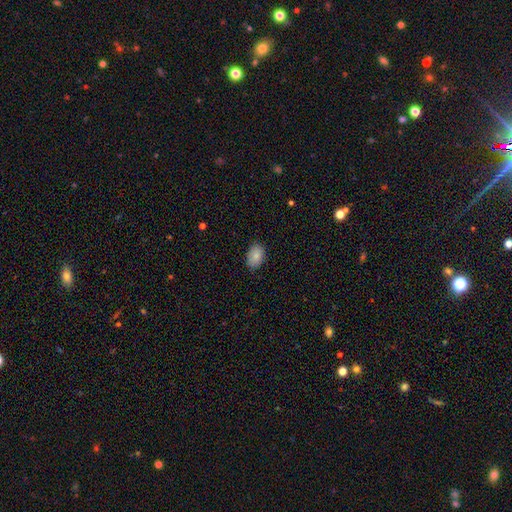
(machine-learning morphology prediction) This is clearly a smooth galaxy (86%). How rounded: clearly in between (87%). Merging: clearly none (86%).